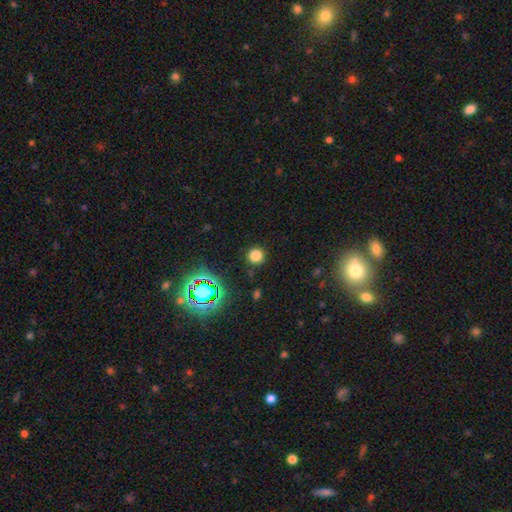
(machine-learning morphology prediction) smooth_or_featured: smooth (p=0.75) [alt: star or artifact p=0.20]
how_rounded: round (p=0.94) [alt: in between p=0.05]
merging: none (p=0.88) [alt: minor disturbance p=0.07]